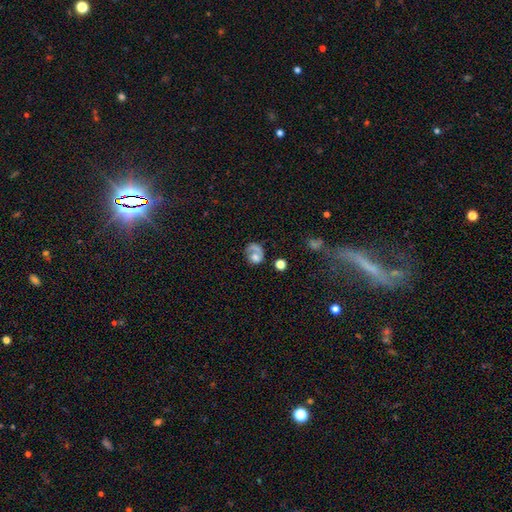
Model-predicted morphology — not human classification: This appears to be a smooth galaxy with no disk features (47%). Merging: none (41%).